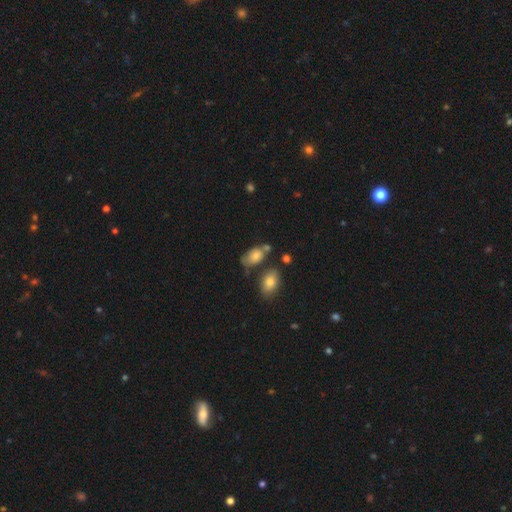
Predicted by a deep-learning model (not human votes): This is likely a smooth galaxy (76%). How rounded: clearly in between (89%). Merging: possibly none (49%).